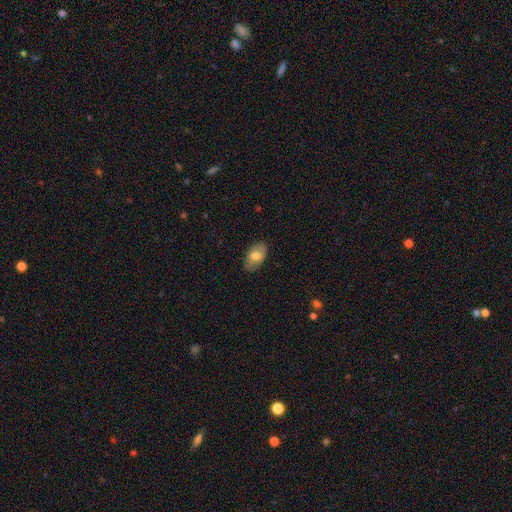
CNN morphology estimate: The model was most divided on "smooth or featured": smooth: 70%, featured or disk: 24%, star or artifact: 7%. More confident: how rounded — in between (92%); merging — none (83%).